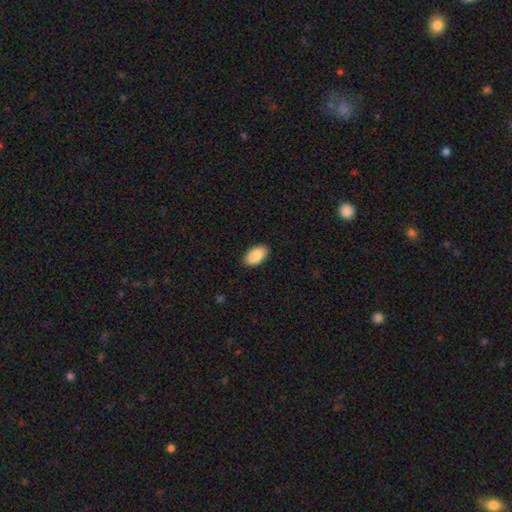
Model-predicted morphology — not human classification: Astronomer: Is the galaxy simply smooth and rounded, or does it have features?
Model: smooth — 89%.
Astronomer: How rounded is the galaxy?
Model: in between — 95%.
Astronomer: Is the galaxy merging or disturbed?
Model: none — 89%.